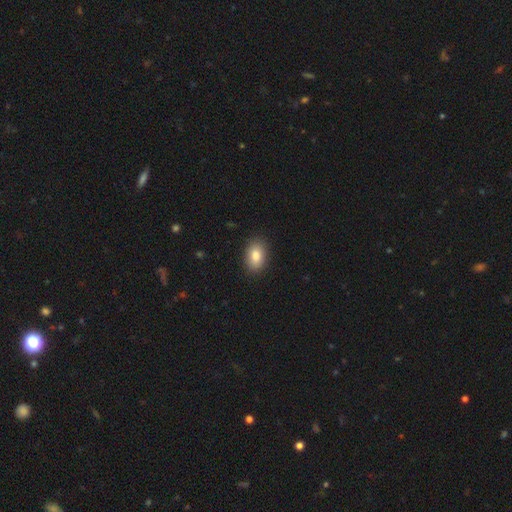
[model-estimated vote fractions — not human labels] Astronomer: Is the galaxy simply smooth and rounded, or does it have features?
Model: smooth — 85%.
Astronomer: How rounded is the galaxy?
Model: in between — 87%.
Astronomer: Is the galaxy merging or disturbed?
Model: none — 88%.